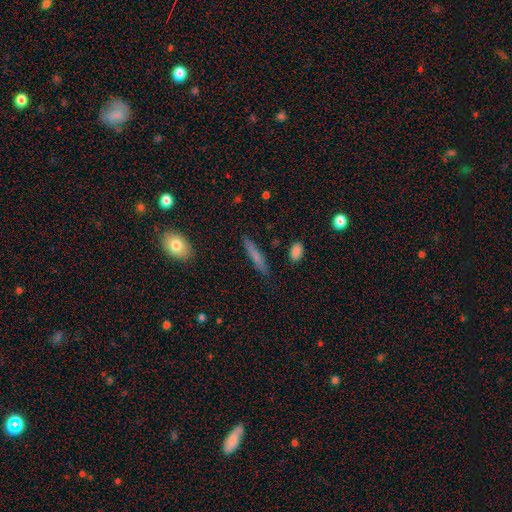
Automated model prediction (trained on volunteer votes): Morphology: type=smooth (67%); roundness=cigar-shaped (90%); merging=none (87%).